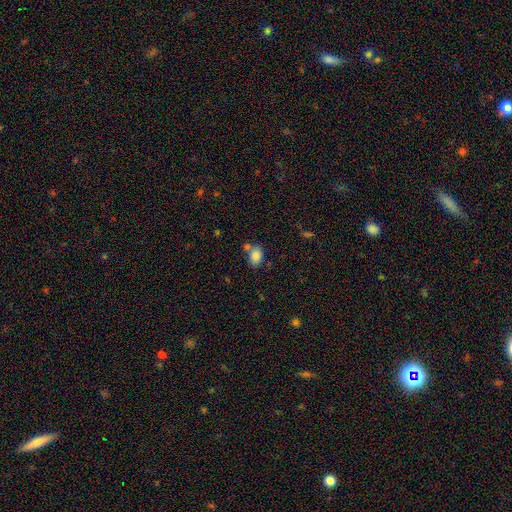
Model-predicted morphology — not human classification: smooth 84%, star or artifact 9%, featured or disk 7%. Down the decision tree: how rounded — in between (80%); merging — none (60%).